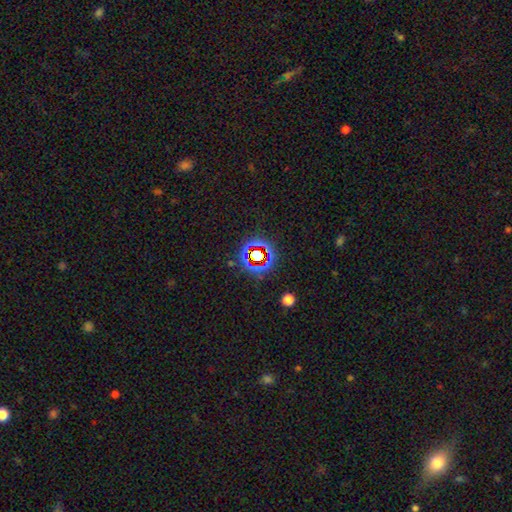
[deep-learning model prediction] Smooth or featured: star or artifact — 72% (smooth — 18%)